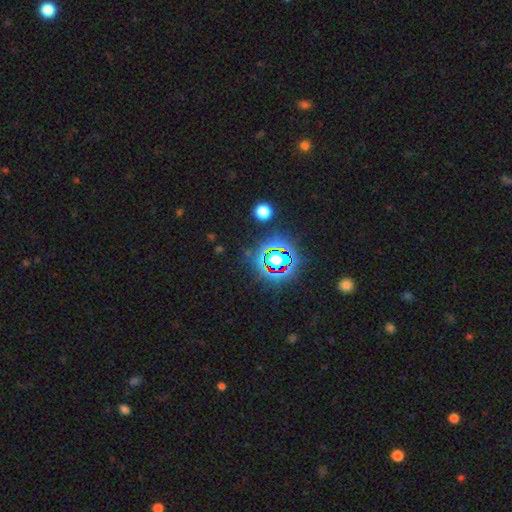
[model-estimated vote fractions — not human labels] smooth-or-featured: star or artifact: 81% | smooth: 12% | featured or disk: 7%